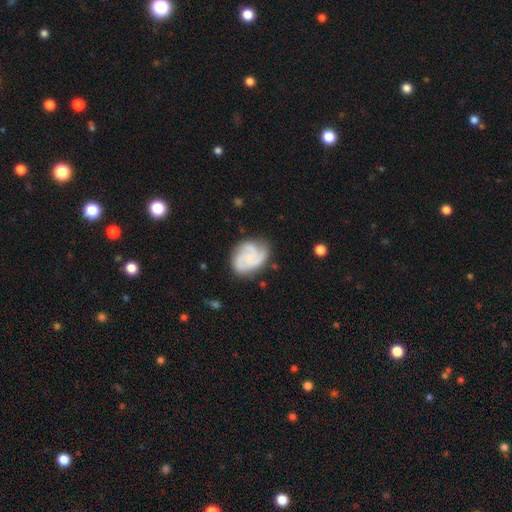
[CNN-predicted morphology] Smooth or featured? featured or disk (71%)
Edge-on disk? no (98%)
Bar? no (75%)
Spiral arms? yes (96%)
Spiral winding? medium (43%, tied with tight)
Spiral arm count? 3 (60%)
Bulge size? small (50%)
Merging? none (70%)